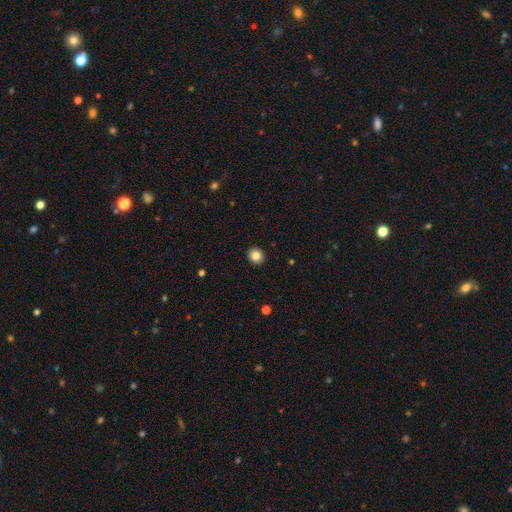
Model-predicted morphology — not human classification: Overall: smooth (84%). How rounded: round (84%). Merging: none (93%).